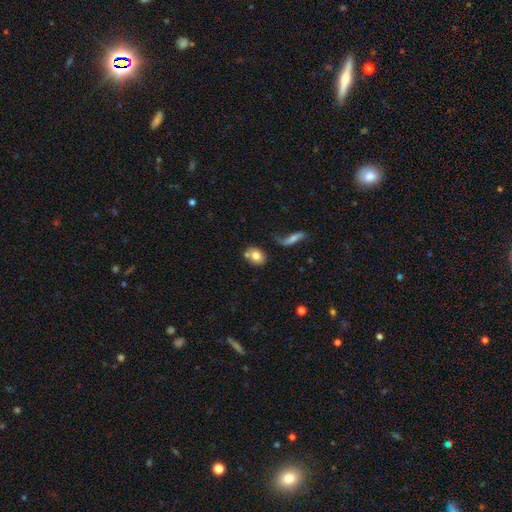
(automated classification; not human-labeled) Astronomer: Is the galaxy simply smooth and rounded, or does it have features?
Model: smooth — 77%.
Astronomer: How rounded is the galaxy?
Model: round — 53% (runner-up: in between, 45%).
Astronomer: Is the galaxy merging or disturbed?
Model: none — 56%.